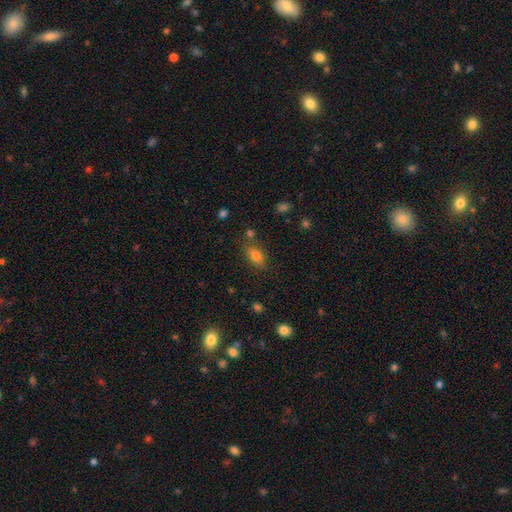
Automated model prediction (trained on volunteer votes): Smooth or featured: smooth — 78% (star or artifact — 12%)
How rounded: in between — 83% (round — 12%)
Merging: none — 74% (minor disturbance — 14%)